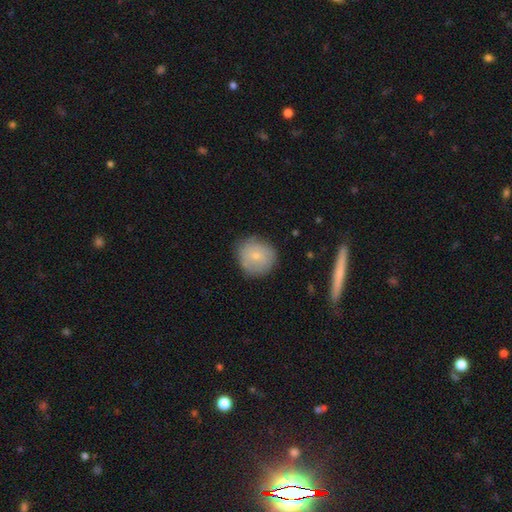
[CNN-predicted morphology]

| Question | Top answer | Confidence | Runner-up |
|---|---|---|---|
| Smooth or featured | smooth | 68% | featured or disk (25%) |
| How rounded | round | 88% | in between (11%) |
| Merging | none | 80% | minor disturbance (15%) |